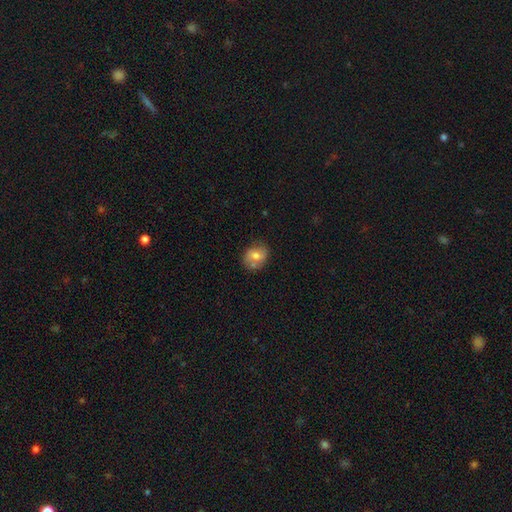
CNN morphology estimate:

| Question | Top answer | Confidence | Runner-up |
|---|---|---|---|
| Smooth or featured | smooth | 58% | featured or disk (34%) |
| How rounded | round | 58% | in between (41%) |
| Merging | none | 68% | minor disturbance (21%) |